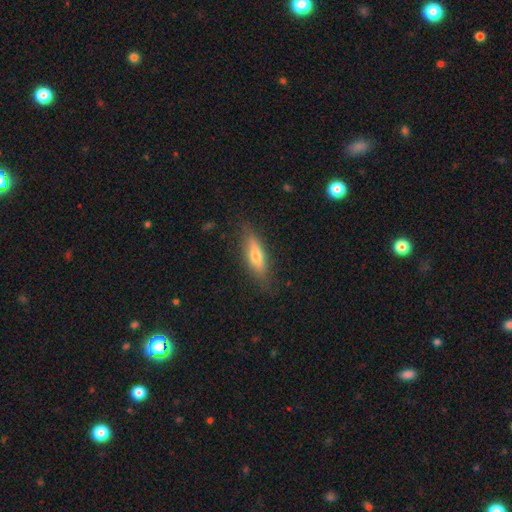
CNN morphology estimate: type=smooth (58%); roundness=cigar-shaped (62%); merging=none (83%).